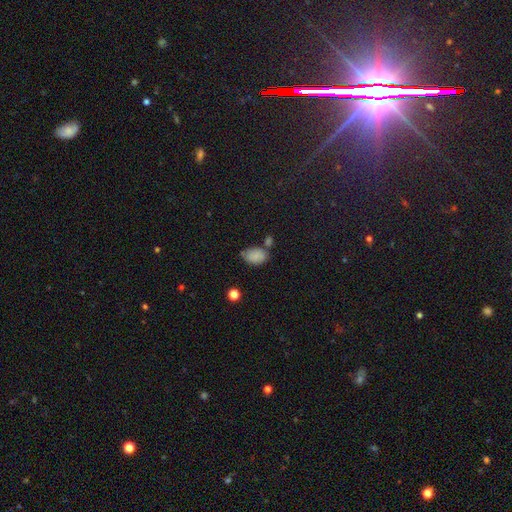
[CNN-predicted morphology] Q: Smooth or featured?
A: smooth (83%); runner-up: star or artifact (11%)
Q: How rounded?
A: in between (83%); runner-up: round (16%)
Q: Merging?
A: none (56%); runner-up: minor disturbance (23%)